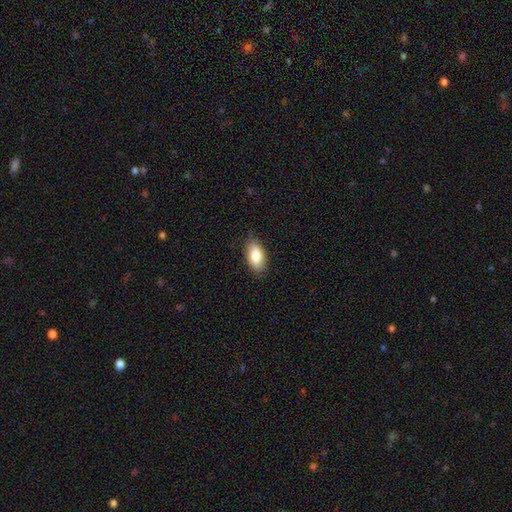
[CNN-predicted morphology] The model was most divided on "merging": none: 81%, minor disturbance: 16%, major disturbance: 3%, merger: 1%. More confident: how rounded — in between (92%); smooth or featured — smooth (84%).